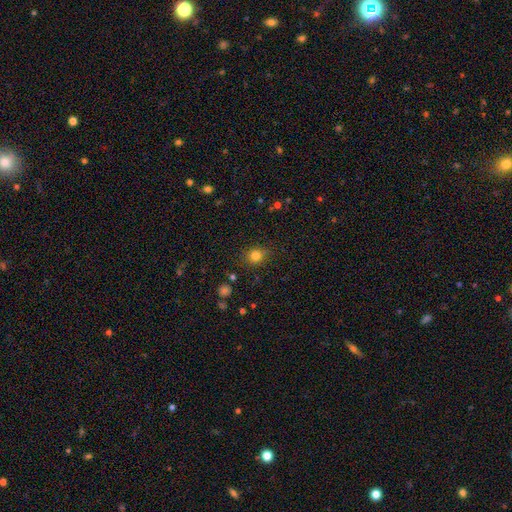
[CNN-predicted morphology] Smooth or featured? smooth (81%)
How rounded? round (79%)
Merging? none (82%)